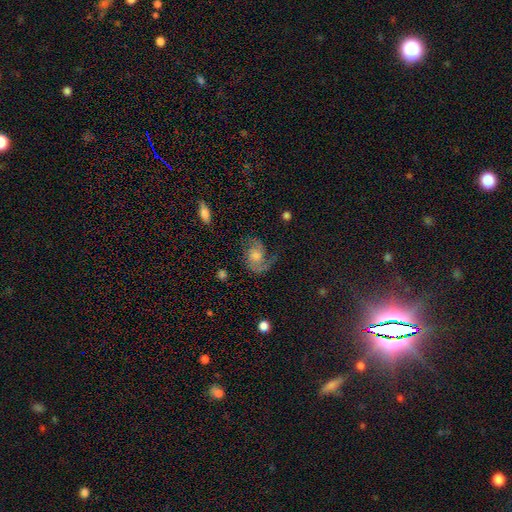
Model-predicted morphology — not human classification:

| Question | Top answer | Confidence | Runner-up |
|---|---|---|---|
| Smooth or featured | featured or disk | 77% | smooth (12%) |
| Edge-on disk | no | 97% | yes (3%) |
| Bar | no | 71% | weak (25%) |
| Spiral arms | yes | 95% | no (5%) |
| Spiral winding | medium | 49% | loose (27%) |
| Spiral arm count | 2 | 70% | 1 (18%) |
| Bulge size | moderate | 55% | small (31%) |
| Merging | none | 63% | minor disturbance (19%) |